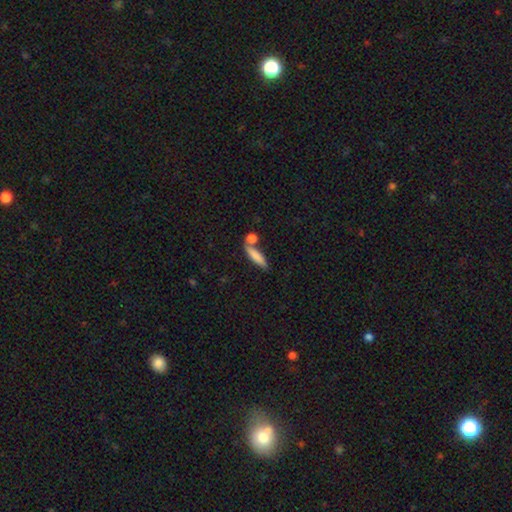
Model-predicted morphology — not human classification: Smooth or featured? smooth (80%)
How rounded? cigar-shaped (70%)
Merging? none (61%)